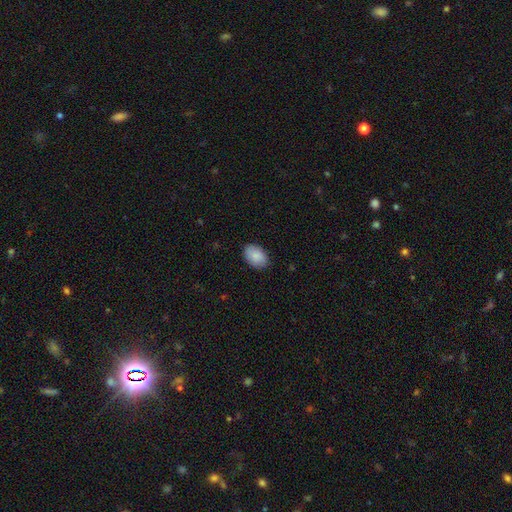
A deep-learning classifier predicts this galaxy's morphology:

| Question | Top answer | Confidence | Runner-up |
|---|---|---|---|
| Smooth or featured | smooth | 88% | star or artifact (6%) |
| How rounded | in between | 87% | round (12%) |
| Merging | none | 87% | minor disturbance (10%) |